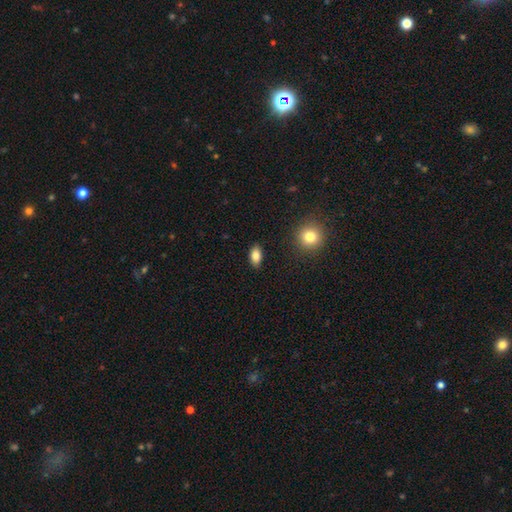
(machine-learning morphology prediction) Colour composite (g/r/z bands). It shows a smooth galaxy with no disk features (84%) that is in between round and cigar-shaped (89%). Merging: none (88%).